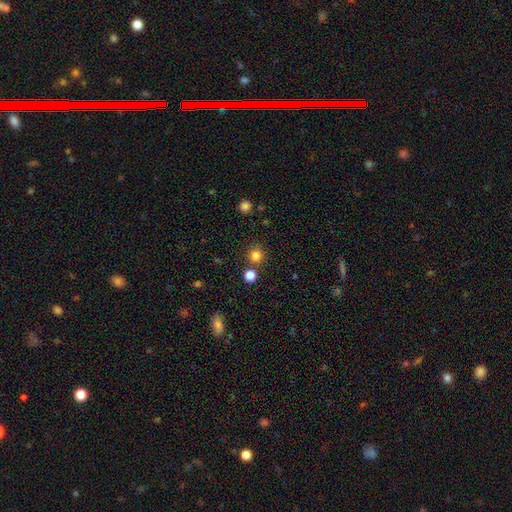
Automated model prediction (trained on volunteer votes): Q: Smooth or featured?
A: smooth (81%); runner-up: star or artifact (14%)
Q: How rounded?
A: round (92%); runner-up: in between (7%)
Q: Merging?
A: none (82%); runner-up: merger (8%)